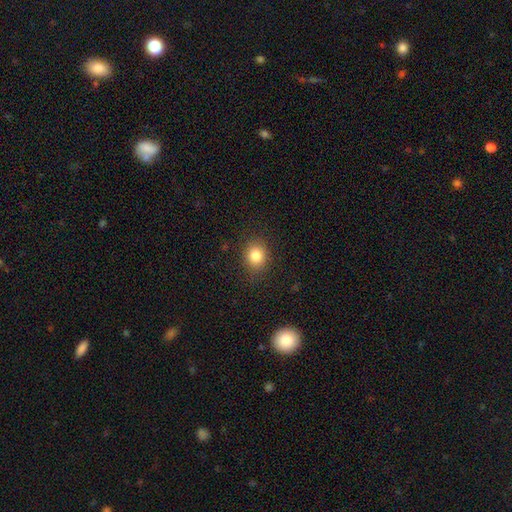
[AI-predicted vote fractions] Q: Smooth or featured?
A: smooth (83%); runner-up: star or artifact (11%)
Q: How rounded?
A: round (69%); runner-up: in between (30%)
Q: Merging?
A: none (87%); runner-up: minor disturbance (9%)